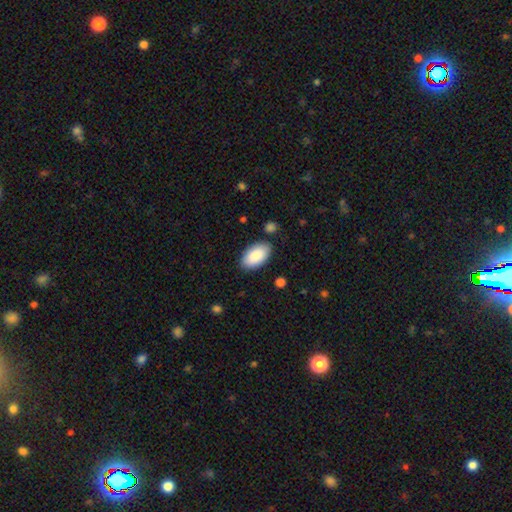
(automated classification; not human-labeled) A smooth galaxy with no disk features (88%) that is in between round and cigar-shaped (96%). Merging: none (85%).